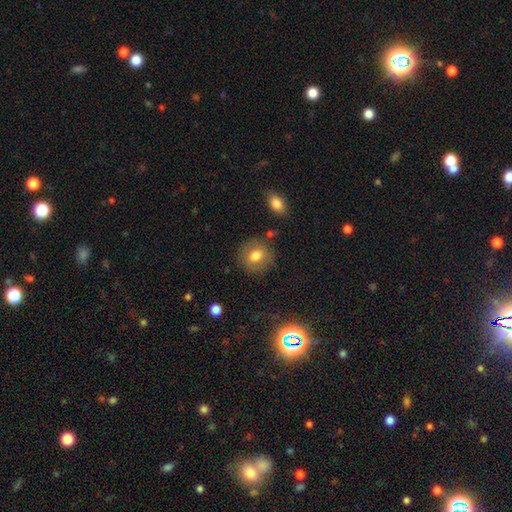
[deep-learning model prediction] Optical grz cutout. It shows a smooth galaxy with no disk features (75%) that is round (78%). Merging: none (82%).